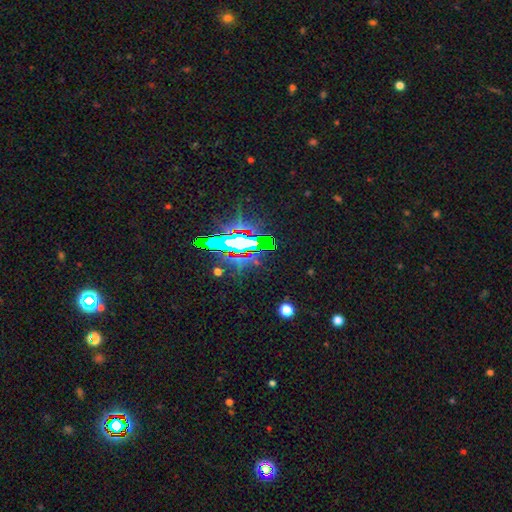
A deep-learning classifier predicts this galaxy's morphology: Smooth or featured?
  - star or artifact: 65% *
  - featured or disk: 19%
  - smooth: 16%